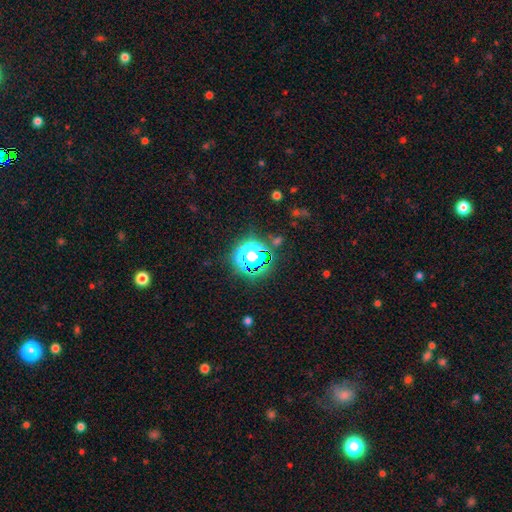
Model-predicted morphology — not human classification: Q: Smooth or featured?
A: star or artifact (56%); runner-up: smooth (33%)